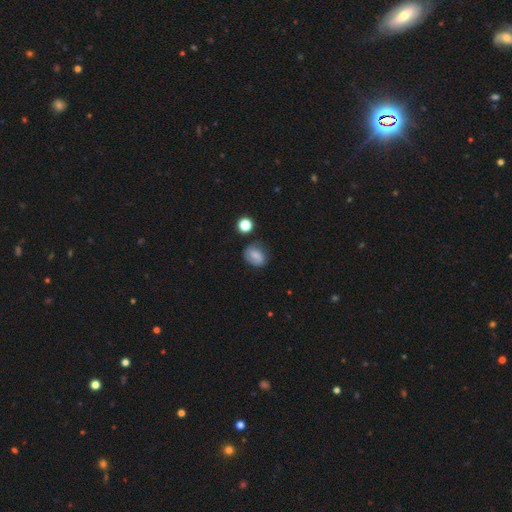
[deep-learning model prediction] smooth 70%, featured or disk 18%, star or artifact 11%. Down the decision tree: how rounded — in between (60%); merging — none (66%).